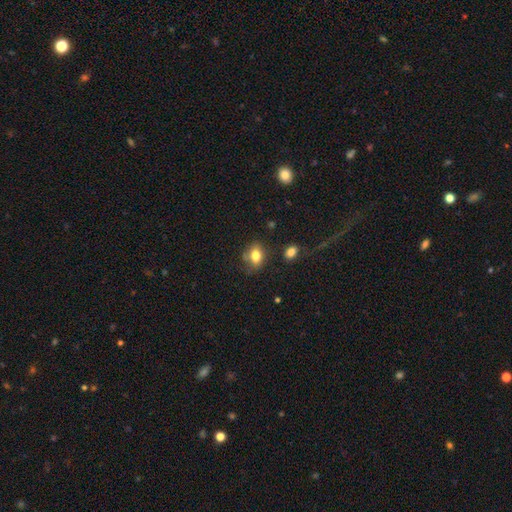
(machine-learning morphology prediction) type=smooth (79%); roundness=in between (75%); merging=none (62%).